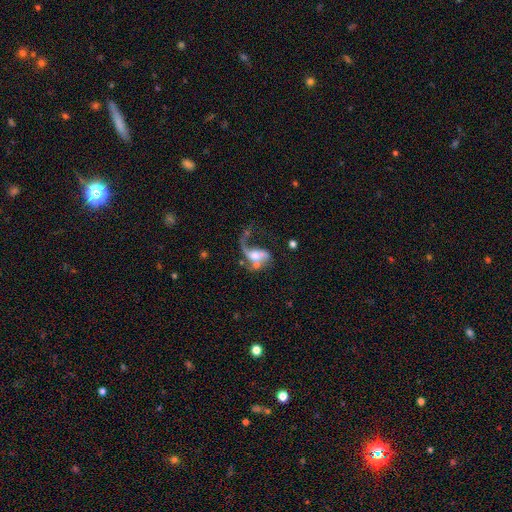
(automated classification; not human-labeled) featured or disk 72%, smooth 20%, star or artifact 9%. Down the decision tree: edge-on disk — no (96%); bar — no (56%); spiral arms — yes (79%); spiral arm count — 1 (62%); spiral winding — loose (78%); bulge size — moderate (46%); merging — major disturbance (50%).